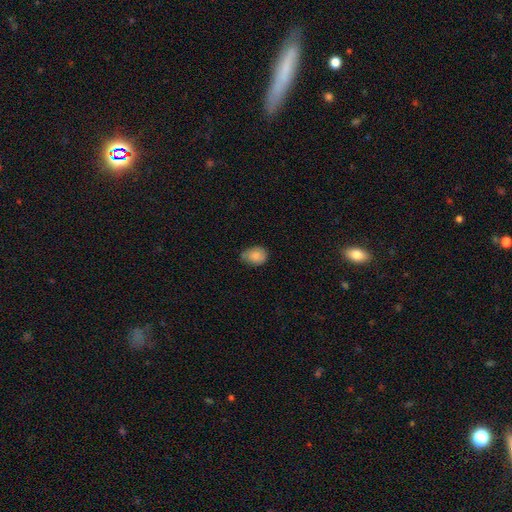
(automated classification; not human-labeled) smooth-or-featured: smooth: 85% | star or artifact: 8% | featured or disk: 7%
  how-rounded: in between: 63% | round: 36% | cigar-shaped: 1%
  merging: none: 60% | minor disturbance: 32% | major disturbance: 5% | merger: 2%